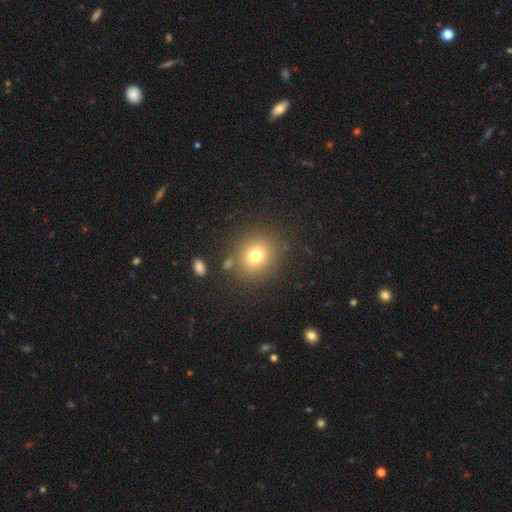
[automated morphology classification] A smooth galaxy with no disk features (75%) that is round (72%).

Vote fractions:
- Smooth or featured? smooth: 75% / star or artifact: 14% / featured or disk: 11%
- How rounded? round: 72% / in between: 27% / cigar-shaped: 1%
- Merging? none: 82% / minor disturbance: 9% / merger: 5% / major disturbance: 4%